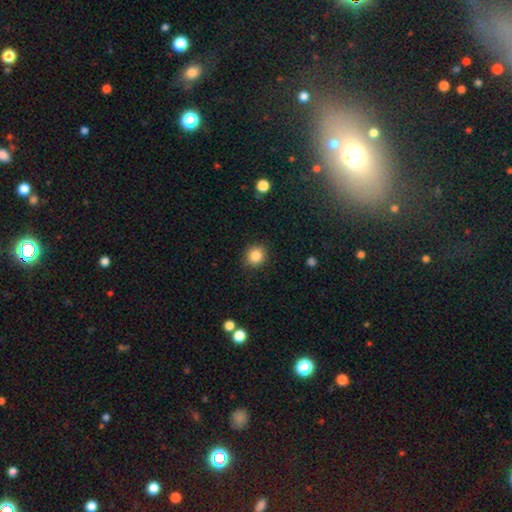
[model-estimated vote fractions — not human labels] Overall: smooth (85%). How rounded: round (84%). Merging: none (89%).